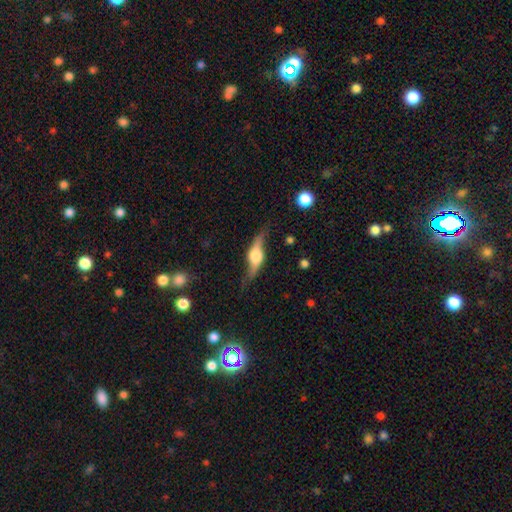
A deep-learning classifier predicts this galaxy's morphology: Smooth or featured? featured or disk (74%)
Edge-on disk? yes (81%)
Edge-on bulge? rounded (92%)
Merging? none (71%)